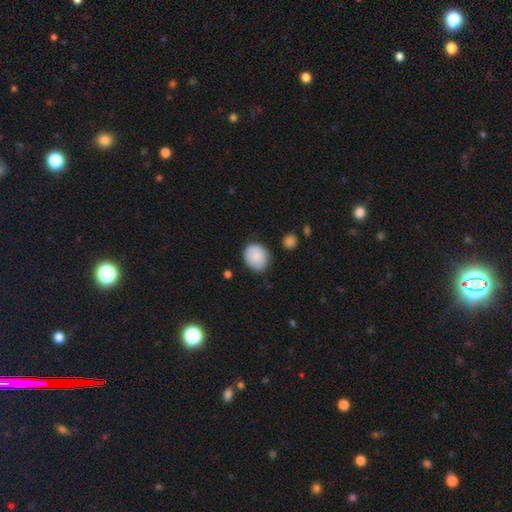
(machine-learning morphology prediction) Smooth or featured? Predicted: smooth (p=0.86). How rounded? Predicted: round (p=0.60). Merging? Predicted: none (p=0.68).